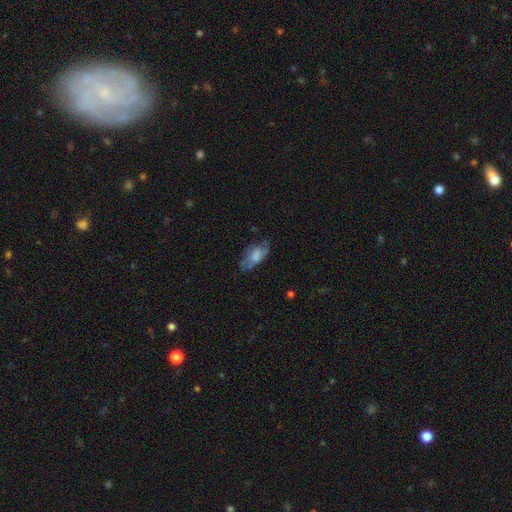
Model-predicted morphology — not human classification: Smooth or featured? smooth (55%)
How rounded? in between (87%)
Merging? none (53%)